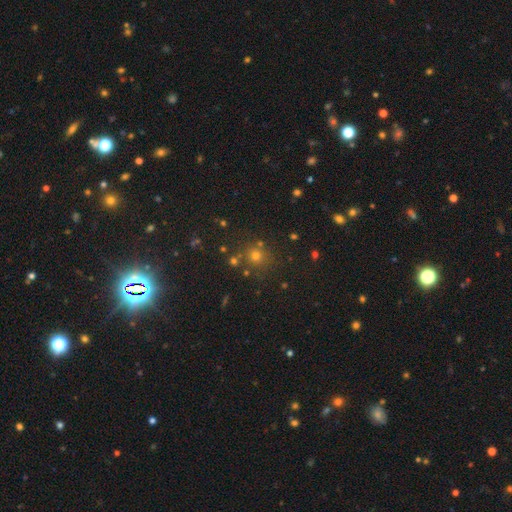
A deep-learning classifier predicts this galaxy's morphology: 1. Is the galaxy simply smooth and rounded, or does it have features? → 60% smooth, 32% star or artifact, 8% featured or disk.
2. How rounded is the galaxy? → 90% round, 9% in between, 1% cigar-shaped.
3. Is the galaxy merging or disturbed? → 79% none, 9% minor disturbance, 9% merger, 4% major disturbance.